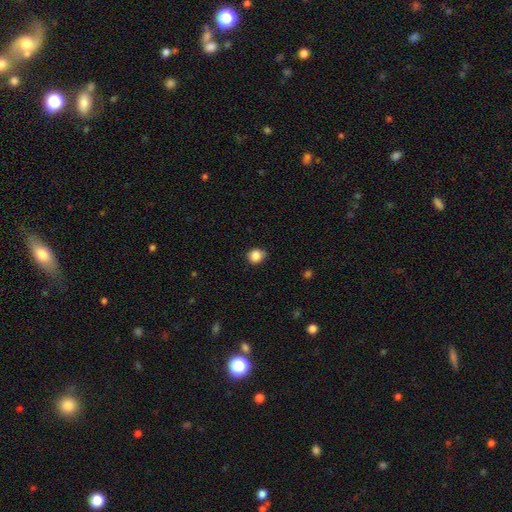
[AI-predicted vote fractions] Smooth or featured: smooth — 86% (star or artifact — 10%)
How rounded: round — 79% (in between — 20%)
Merging: none — 79% (minor disturbance — 17%)